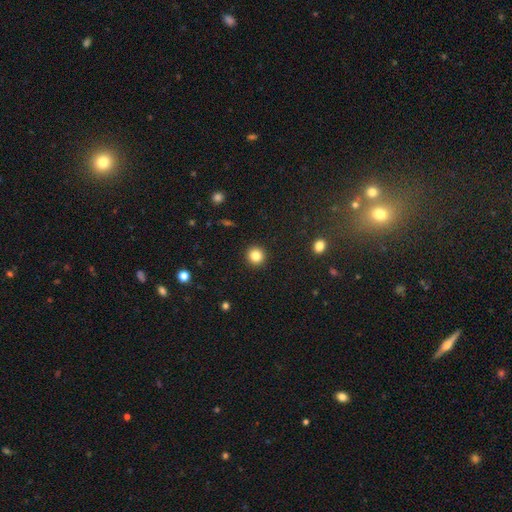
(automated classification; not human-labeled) This appears to be a smooth galaxy with no disk features (83%) that is round (94%). Merging: none (93%).